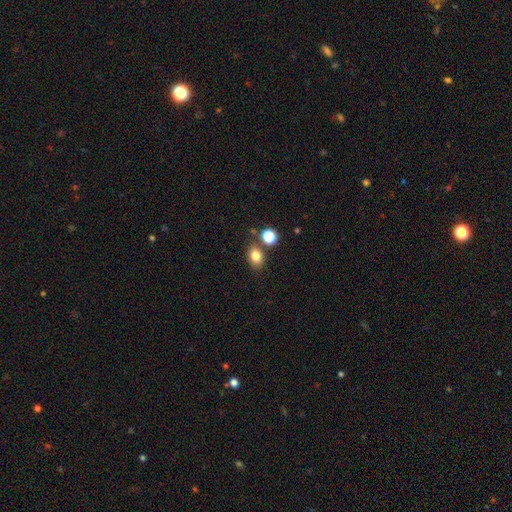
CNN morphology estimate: Smooth or featured? Predicted: smooth (p=0.81). How rounded? Predicted: in between (p=0.63). Merging? Predicted: none (p=0.74).